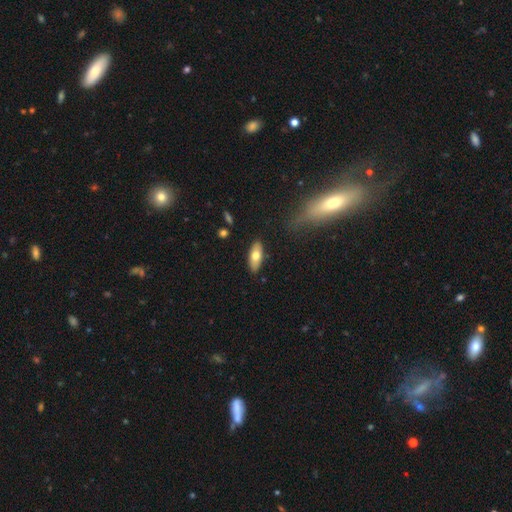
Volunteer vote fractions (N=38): A smooth galaxy with no disk features (68%) that is in between round and cigar-shaped (65%). Merging: none (87%).